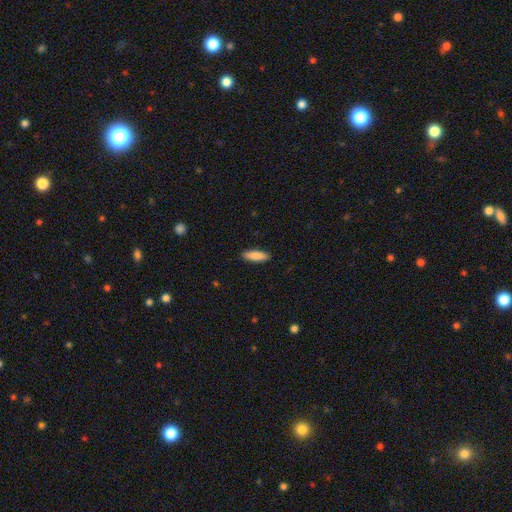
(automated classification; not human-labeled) Q: Smooth or featured?
A: smooth (87%); runner-up: featured or disk (7%)
Q: How rounded?
A: in between (50%); runner-up: cigar-shaped (48%)
Q: Merging?
A: none (89%); runner-up: minor disturbance (8%)